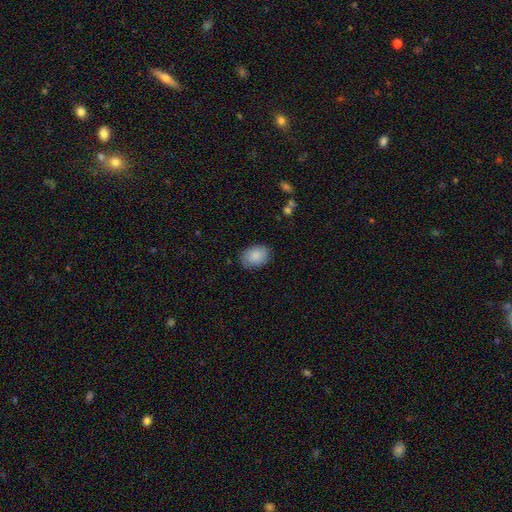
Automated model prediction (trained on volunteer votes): This is clearly a smooth galaxy (86%). How rounded: likely in between (77%). Merging: clearly none (82%).